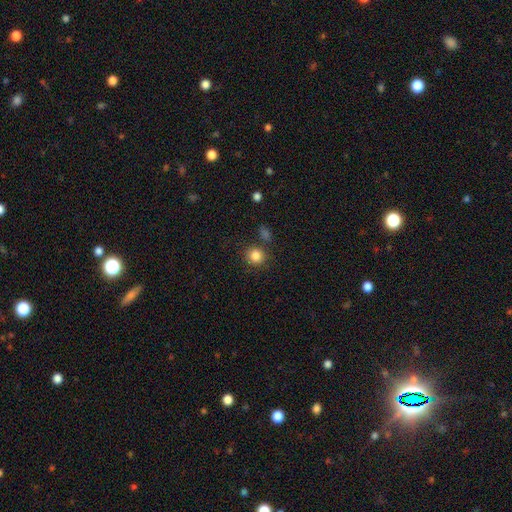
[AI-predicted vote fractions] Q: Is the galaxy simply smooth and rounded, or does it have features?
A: smooth — 85%.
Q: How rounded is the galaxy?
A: round — 90%.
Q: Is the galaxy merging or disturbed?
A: none — 80%.